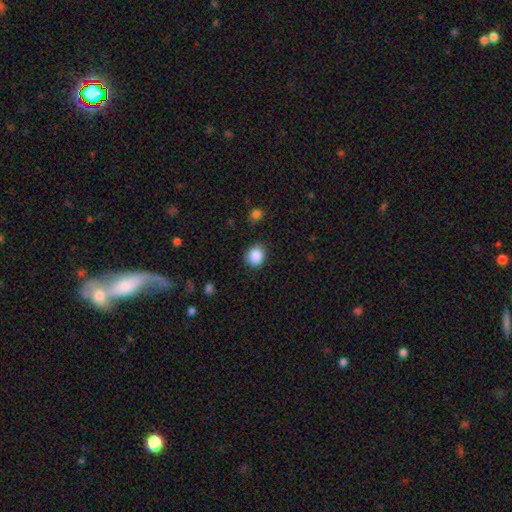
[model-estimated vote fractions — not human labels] smooth-or-featured: smooth: 87% | star or artifact: 9% | featured or disk: 4%
  how-rounded: round: 74% | in between: 25% | cigar-shaped: 1%
  merging: none: 84% | minor disturbance: 11% | major disturbance: 3% | merger: 2%